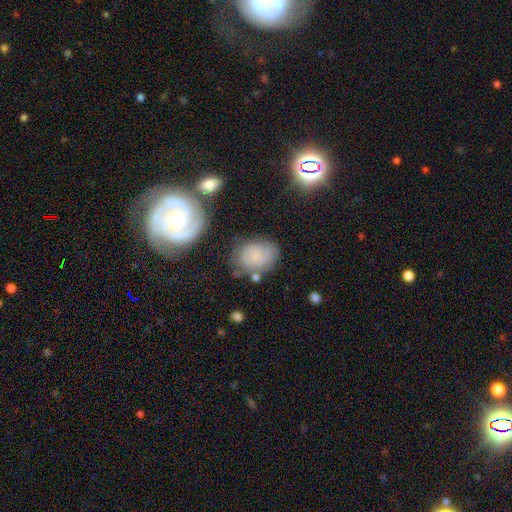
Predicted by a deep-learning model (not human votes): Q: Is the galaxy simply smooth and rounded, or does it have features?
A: smooth — 49%.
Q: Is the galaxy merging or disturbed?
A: none — 66%.